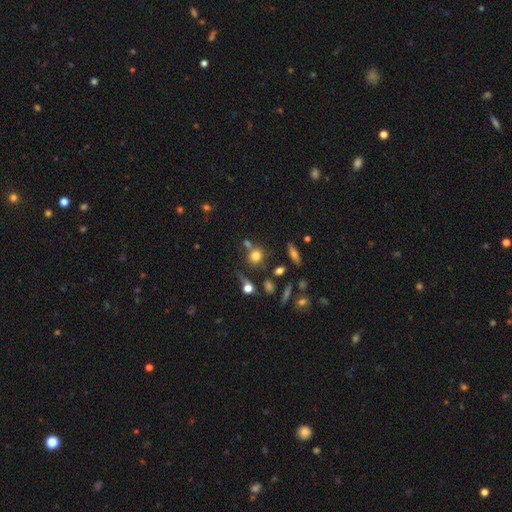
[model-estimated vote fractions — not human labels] The model was most divided on "merging": none: 58%, merger: 23%, minor disturbance: 13%, major disturbance: 6%. More confident: how rounded — round (83%); smooth or featured — smooth (73%).